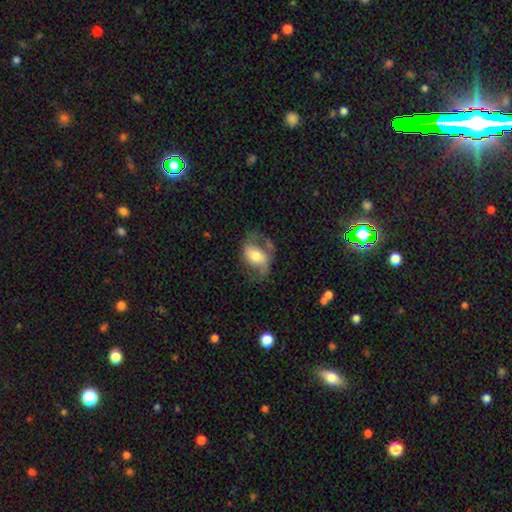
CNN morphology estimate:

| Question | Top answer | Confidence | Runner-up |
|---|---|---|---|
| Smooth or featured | featured or disk | 59% | smooth (34%) |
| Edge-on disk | no | 95% | yes (5%) |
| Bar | no | 51% | weak (34%) |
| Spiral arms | yes | 77% | no (23%) |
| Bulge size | moderate | 58% | large (20%) |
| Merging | none | 47% | major disturbance (26%) |